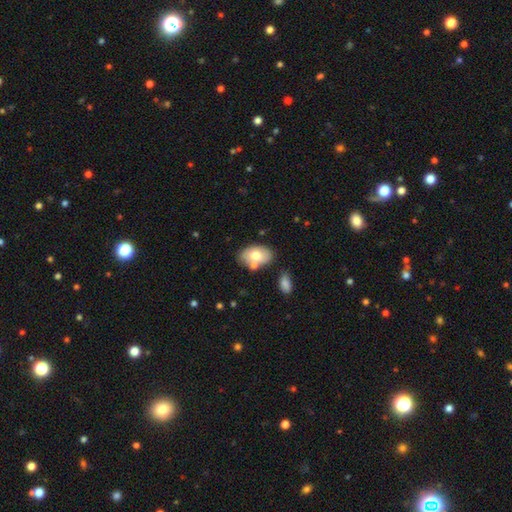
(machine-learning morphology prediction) Overall: smooth (69%). How rounded: in between (89%). Merging: none (66%).